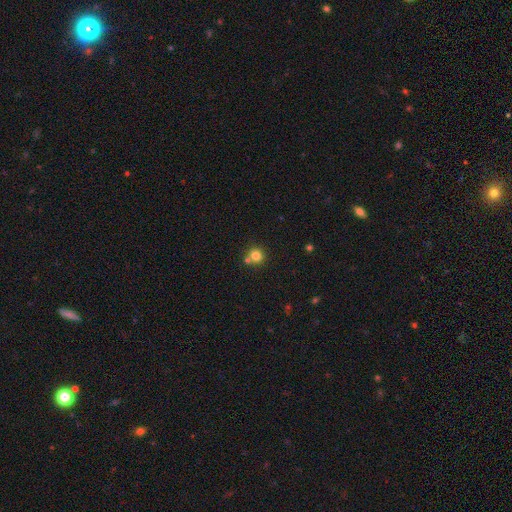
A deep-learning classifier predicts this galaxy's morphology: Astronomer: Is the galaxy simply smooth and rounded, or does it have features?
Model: smooth — 80%.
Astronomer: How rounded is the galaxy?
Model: round — 92%.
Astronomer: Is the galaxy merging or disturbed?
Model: none — 66%.